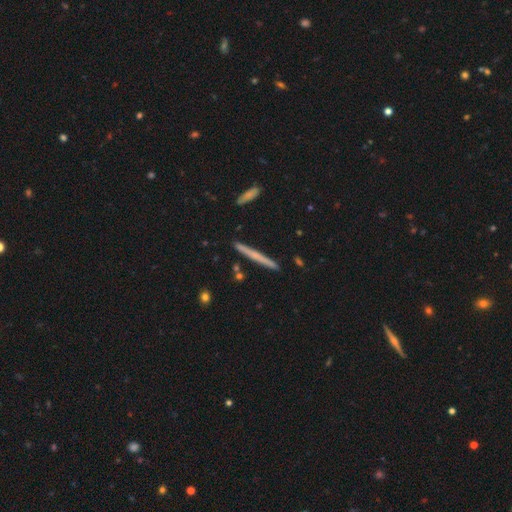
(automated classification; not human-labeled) smooth 48%, featured or disk 46%, star or artifact 6%. Down the decision tree: merging — none (90%).